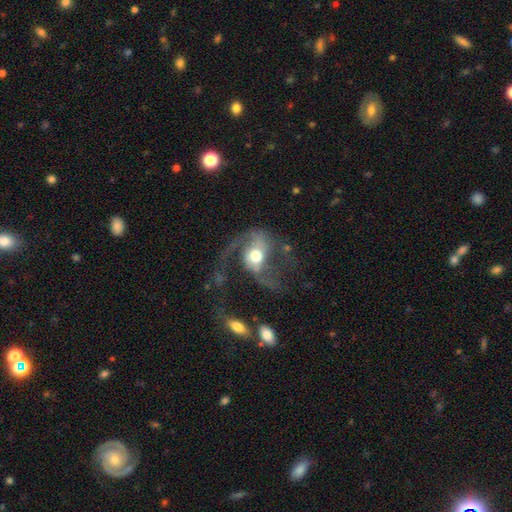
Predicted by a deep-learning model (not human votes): This is likely a featured or disk galaxy (79%). It is clearly not viewed edge-on (96%). Bar: possibly no (55%). Spiral arm pattern: clearly yes (89%). Spiral arm count: likely 2 (76%). Spiral winding: likely loose (62%). Central bulge: likely moderate (63%). Merging: marginally major disturbance (40%).